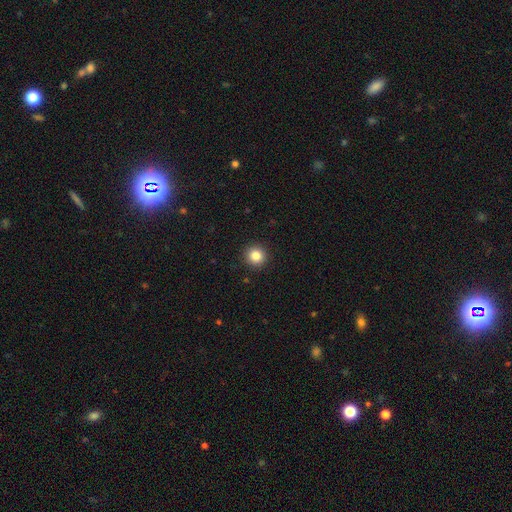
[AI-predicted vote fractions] Q: Smooth or featured?
A: smooth (85%); runner-up: star or artifact (11%)
Q: How rounded?
A: round (95%); runner-up: in between (4%)
Q: Merging?
A: none (93%); runner-up: minor disturbance (5%)